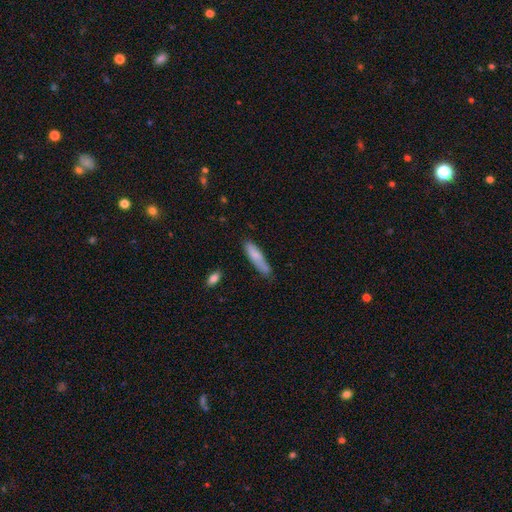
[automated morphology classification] smooth-or-featured: smooth: 77% | featured or disk: 17% | star or artifact: 6%
  how-rounded: cigar-shaped: 78% | in between: 20% | round: 1%
  merging: none: 64% | minor disturbance: 27% | major disturbance: 5% | merger: 4%